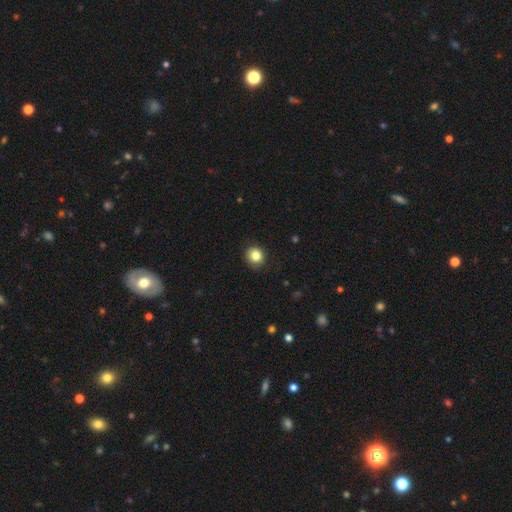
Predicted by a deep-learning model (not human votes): Smooth or featured? smooth (84%)
How rounded? round (87%)
Merging? none (87%)